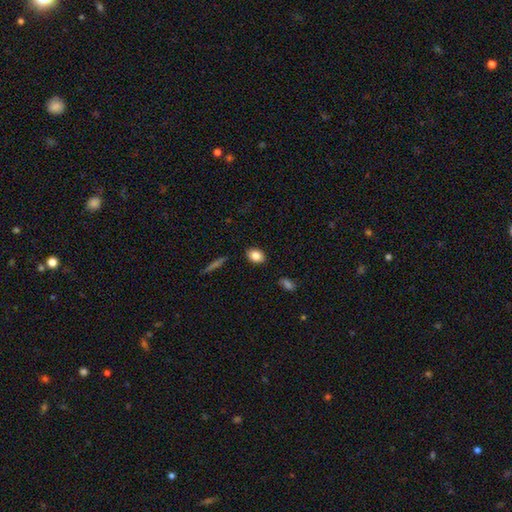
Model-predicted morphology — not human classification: smooth-or-featured: smooth: 84% | star or artifact: 8% | featured or disk: 8%
  how-rounded: in between: 73% | round: 25% | cigar-shaped: 2%
  merging: none: 87% | minor disturbance: 9% | major disturbance: 2% | merger: 2%